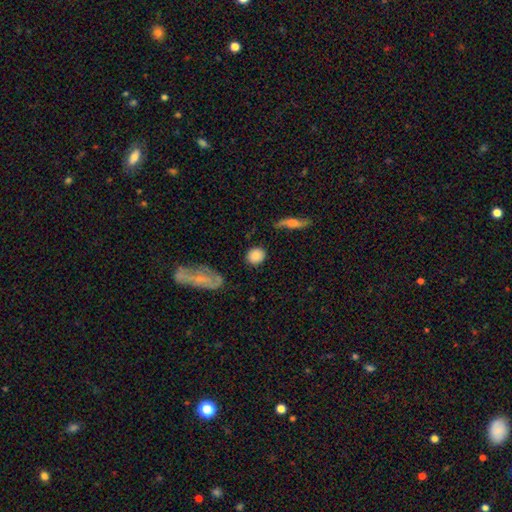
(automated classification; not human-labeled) smooth_or_featured: smooth (p=0.84) [alt: featured or disk p=0.08]
how_rounded: round (p=0.81) [alt: in between p=0.17]
merging: none (p=0.82) [alt: minor disturbance p=0.11]